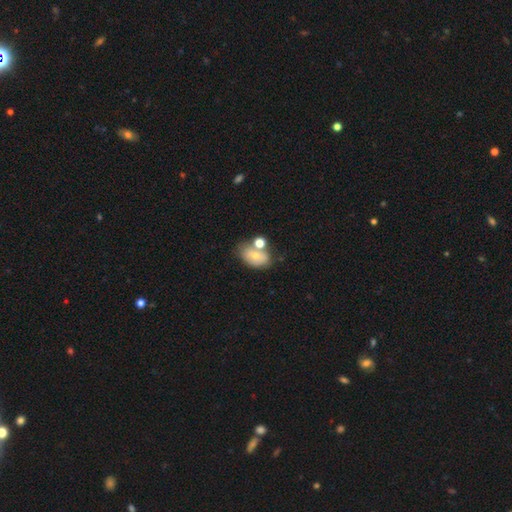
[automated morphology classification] A smooth galaxy with no disk features (65%) that is in between round and cigar-shaped (79%). Merging: none (41%).